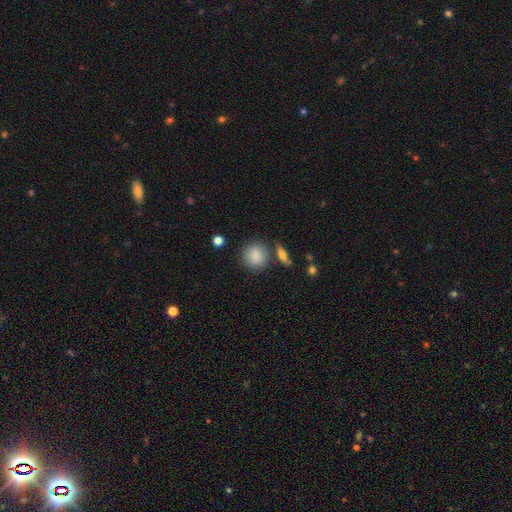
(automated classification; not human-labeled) smooth-or-featured: smooth: 87% | star or artifact: 7% | featured or disk: 6%
  how-rounded: round: 84% | in between: 14% | cigar-shaped: 2%
  merging: none: 78% | minor disturbance: 11% | merger: 7% | major disturbance: 3%